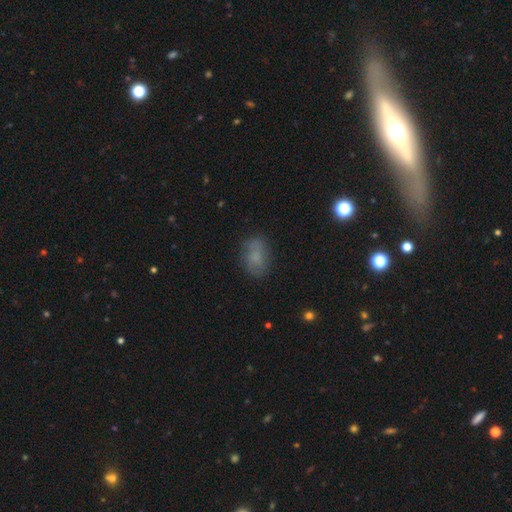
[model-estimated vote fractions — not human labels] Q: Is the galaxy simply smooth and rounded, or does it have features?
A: smooth — 71%.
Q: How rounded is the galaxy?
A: in between — 85%.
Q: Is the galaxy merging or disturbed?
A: none — 74%.